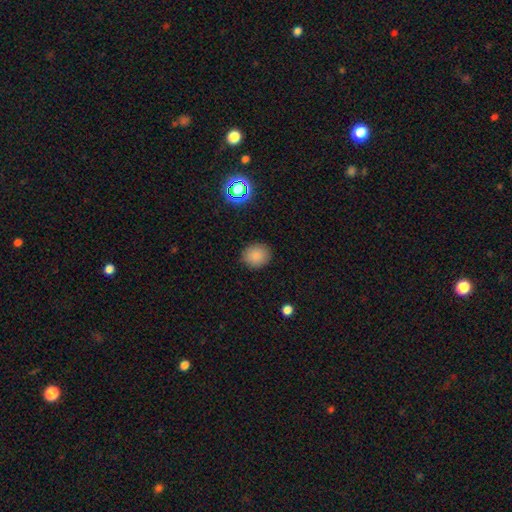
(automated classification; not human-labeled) A smooth galaxy with no disk features (85%) that is round (74%). Merging: none (88%).